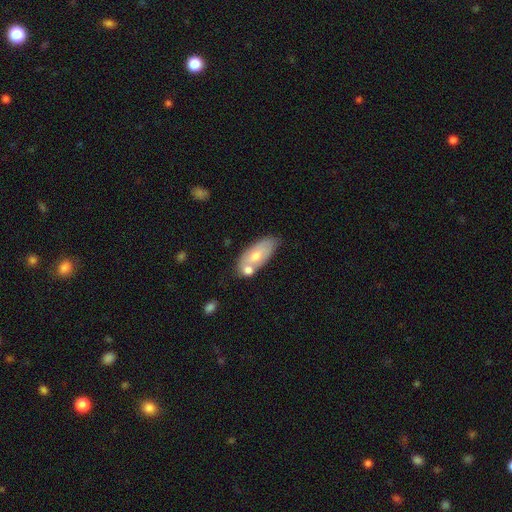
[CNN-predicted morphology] Overall: smooth (59%; featured or disk 34%). How rounded: in between (85%). Merging: none (50%; merger 27%).